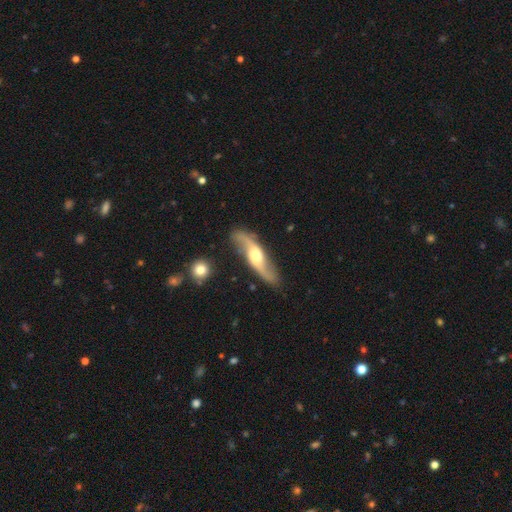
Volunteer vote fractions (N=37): Overall: featured or disk (73%). Edge-on disk: no (93%). Bar: no (56%; weak 44%). Spiral arms: yes (96%). Spiral arm count: 2 (100%). Spiral winding: loose (75%). Bulge size: moderate (68%). Merging: none (80%).